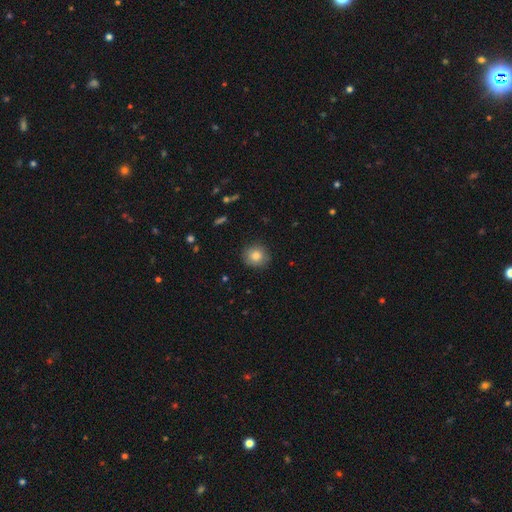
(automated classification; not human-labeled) This is clearly a smooth galaxy (82%). How rounded: clearly round (87%). Merging: clearly none (87%).